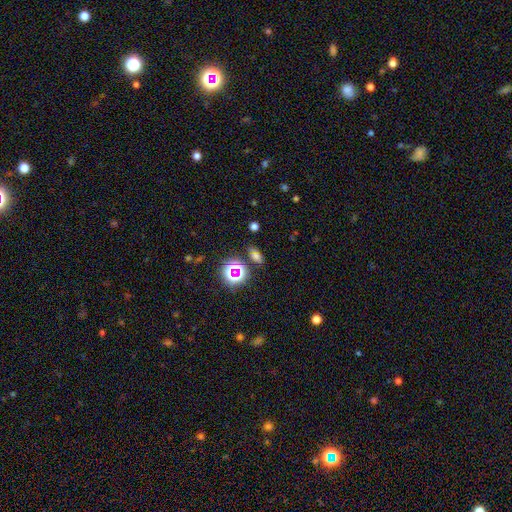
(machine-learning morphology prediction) Q: Smooth or featured?
A: smooth (57%); runner-up: star or artifact (30%)
Q: How rounded?
A: in between (75%); runner-up: round (16%)
Q: Merging?
A: none (79%); runner-up: minor disturbance (11%)